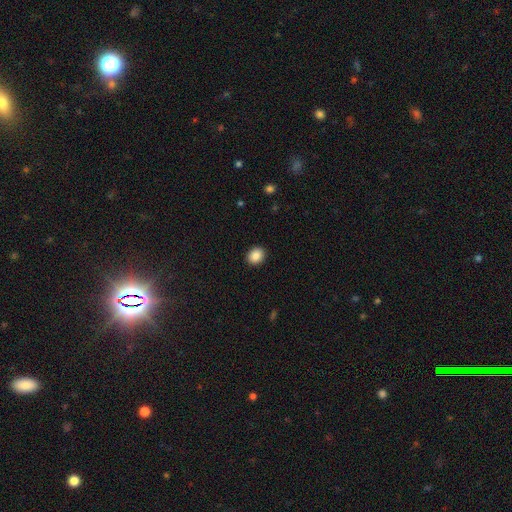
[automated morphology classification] smooth_or_featured: smooth (p=0.87) [alt: star or artifact p=0.09]
how_rounded: round (p=0.56) [alt: in between p=0.43]
merging: none (p=0.91) [alt: minor disturbance p=0.06]